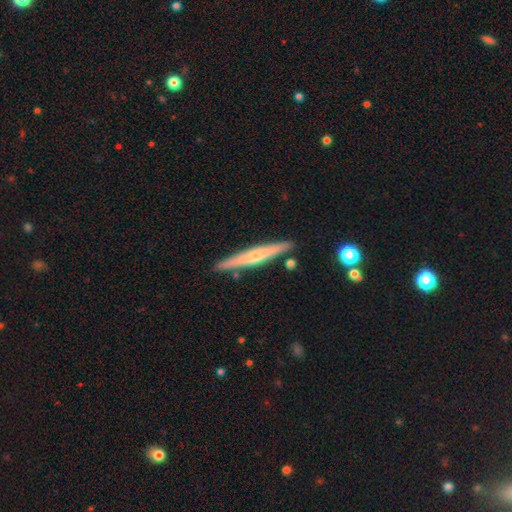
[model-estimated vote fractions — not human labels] smooth-or-featured: featured or disk: 54% | smooth: 40% | star or artifact: 6%
  disk-edge-on: yes: 96% | no: 4%
    edge-on-bulge: rounded: 60% | none: 33% | boxy: 7%
  merging: none: 86% | minor disturbance: 9% | merger: 4% | major disturbance: 2%